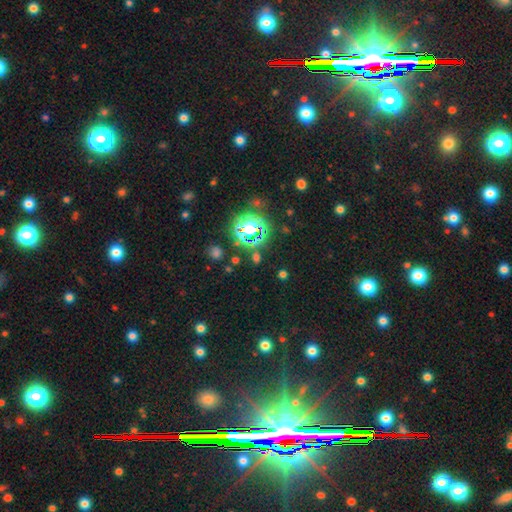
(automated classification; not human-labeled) This is likely a star or artifact rather than a galaxy (73%).